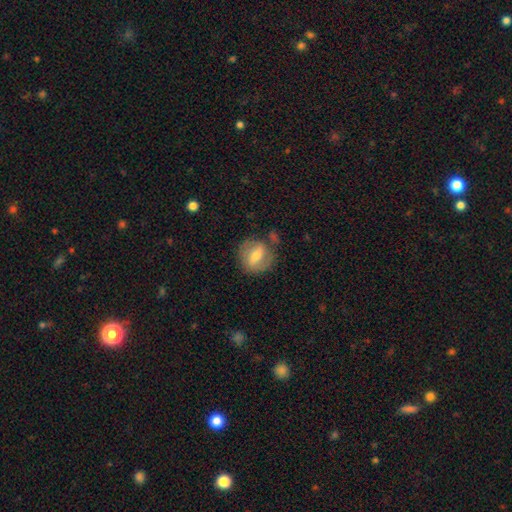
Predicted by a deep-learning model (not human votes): Smooth or featured?
  - smooth: 47% *
  - featured or disk: 46%
  - star or artifact: 7%
Merging?
  - none: 65% *
  - minor disturbance: 19%
  - major disturbance: 8%
  - merger: 7%